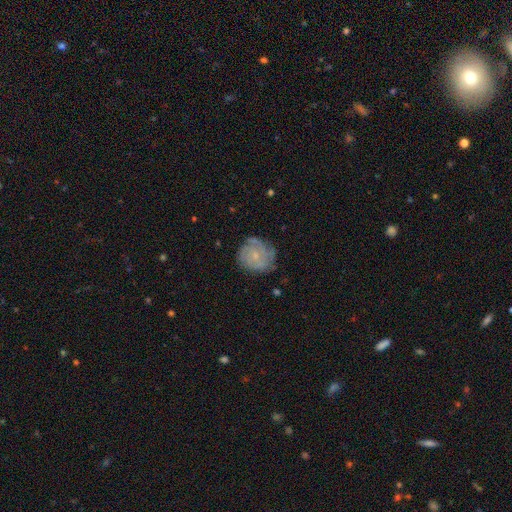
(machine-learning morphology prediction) Smooth or featured? Predicted: featured or disk (p=0.64). Edge-on disk? Predicted: no (p=0.98). Bar? Predicted: no (p=0.82). Spiral arms? Predicted: yes (p=0.85). Spiral winding? Predicted: tight (p=0.69). Spiral arm count? Predicted: can't tell (p=0.46). Bulge size? Predicted: small (p=0.75). Merging? Predicted: none (p=0.71).